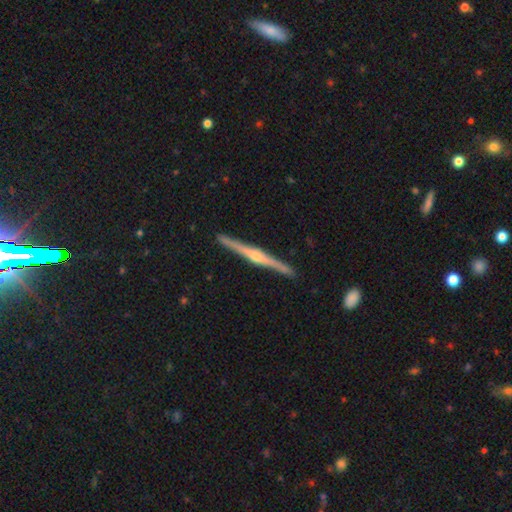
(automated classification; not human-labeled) Q: Smooth or featured?
A: featured or disk (81%); runner-up: smooth (14%)
Q: Edge-on disk?
A: yes (98%); runner-up: no (2%)
Q: Edge-on bulge?
A: rounded (85%); runner-up: none (8%)
Q: Merging?
A: none (91%); runner-up: minor disturbance (6%)